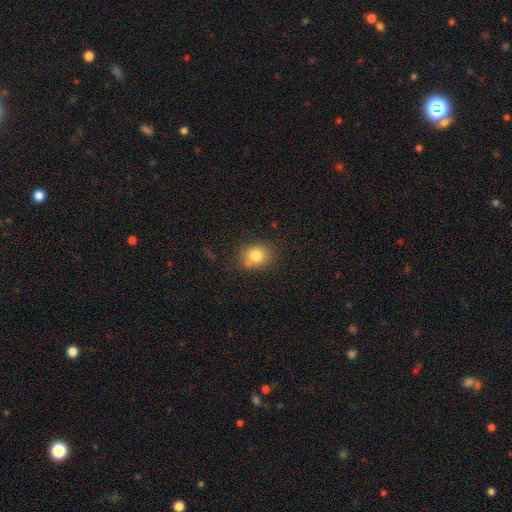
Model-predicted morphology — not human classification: A smooth galaxy with no disk features (81%) that is round (68%).

Vote fractions:
- Smooth or featured? smooth: 81% / star or artifact: 11% / featured or disk: 8%
- How rounded? round: 68% / in between: 31% / cigar-shaped: 1%
- Merging? none: 71% / minor disturbance: 18% / merger: 6% / major disturbance: 5%